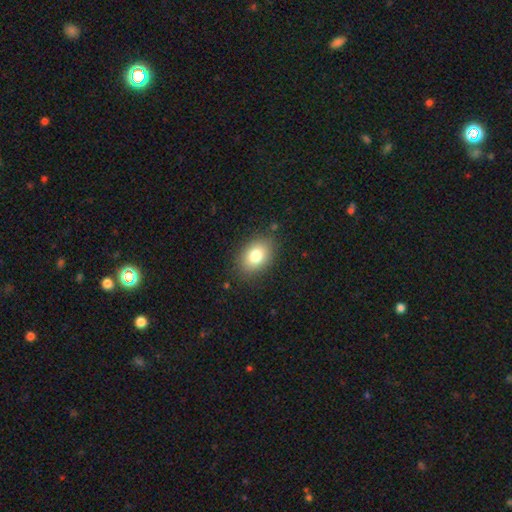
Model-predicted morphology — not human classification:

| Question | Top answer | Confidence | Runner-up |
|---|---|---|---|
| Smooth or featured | smooth | 80% | featured or disk (11%) |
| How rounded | in between | 79% | round (20%) |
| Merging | none | 84% | minor disturbance (11%) |